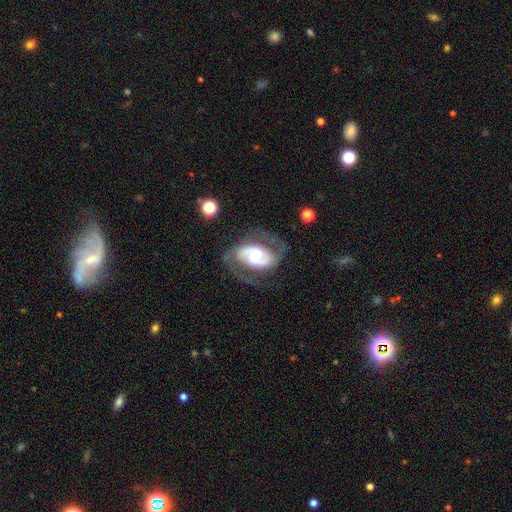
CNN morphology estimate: Overall: featured or disk (83%). Edge-on disk: no (96%). Bar: no (43%; weak 36%). Spiral arms: yes (88%). Spiral arm count: 2 (89%). Spiral winding: medium (51%; loose 26%). Bulge size: moderate (58%; large 30%). Merging: none (69%).